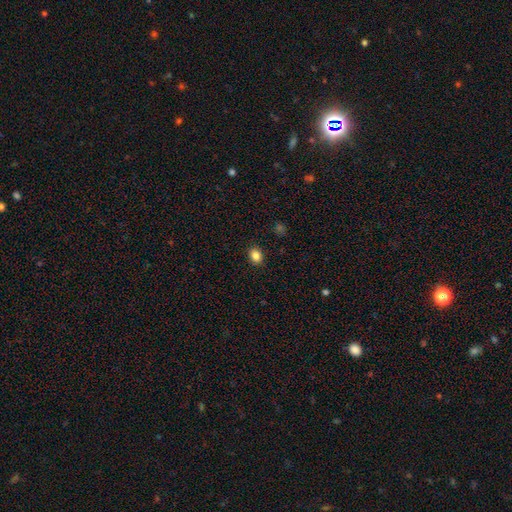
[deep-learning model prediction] smooth 85%, star or artifact 10%, featured or disk 5%. Down the decision tree: how rounded — in between (53%); merging — none (90%).